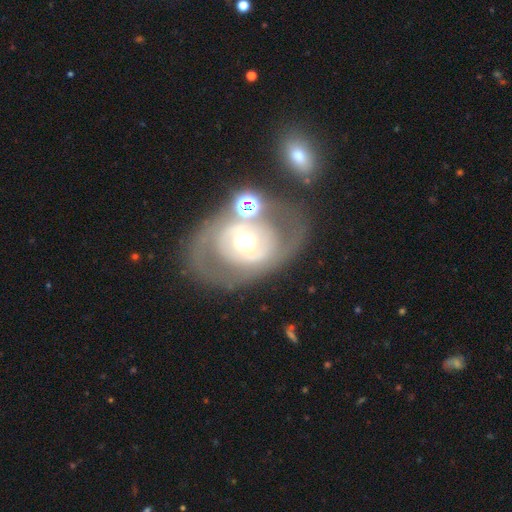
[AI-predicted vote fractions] The model was most divided on "spiral arms": no: 65%, yes: 35%. More confident: edge-on disk — no (94%); smooth or featured — featured or disk (67%); bar — no (67%); bulge size — moderate (66%); merging — none (62%).